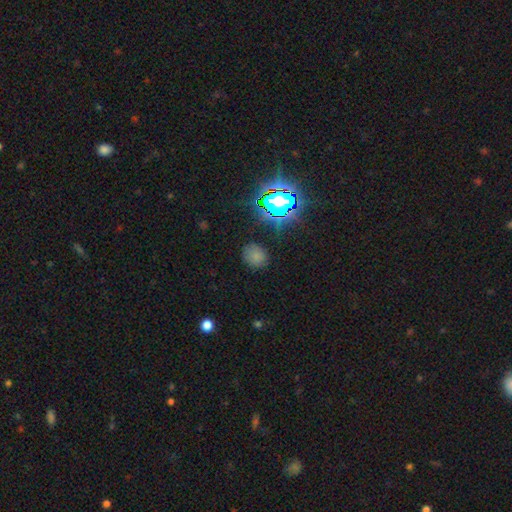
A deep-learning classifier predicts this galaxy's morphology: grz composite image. It shows a smooth galaxy with no disk features (68%) that is round (66%). Merging: none (80%).